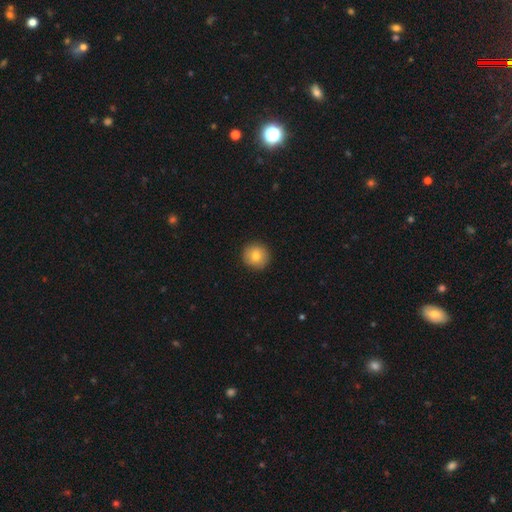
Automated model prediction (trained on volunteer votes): Smooth or featured?
  - smooth: 79% *
  - featured or disk: 12%
  - star or artifact: 9%
How rounded?
  - round: 94% *
  - in between: 5%
  - cigar-shaped: 1%
Merging?
  - none: 92% *
  - minor disturbance: 6%
  - major disturbance: 2%
  - merger: 1%